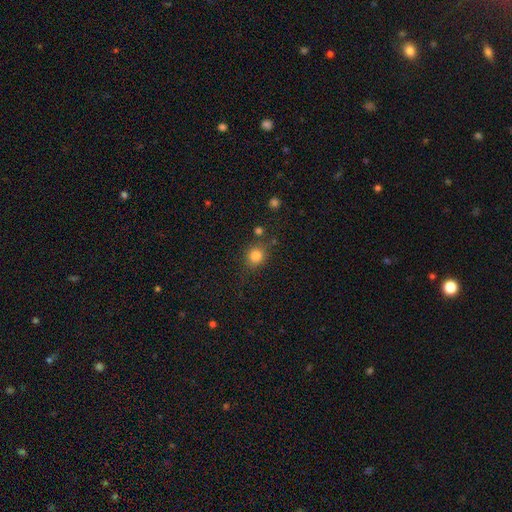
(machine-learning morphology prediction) This is clearly a smooth galaxy (82%). How rounded: clearly round (82%). Merging: likely none (78%).